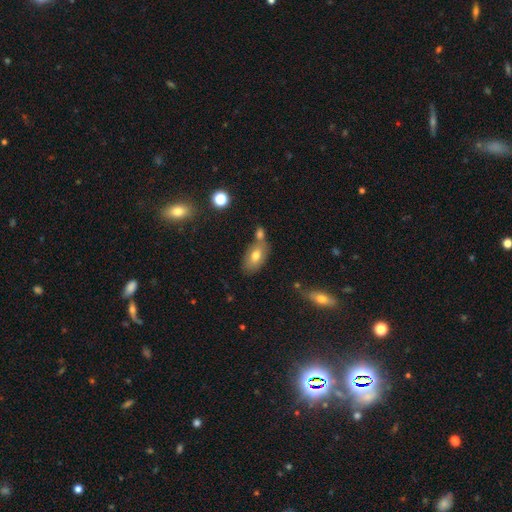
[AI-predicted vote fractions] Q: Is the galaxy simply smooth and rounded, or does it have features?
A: smooth — 73%.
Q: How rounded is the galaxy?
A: in between — 91%.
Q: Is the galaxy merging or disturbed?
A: none — 54%.